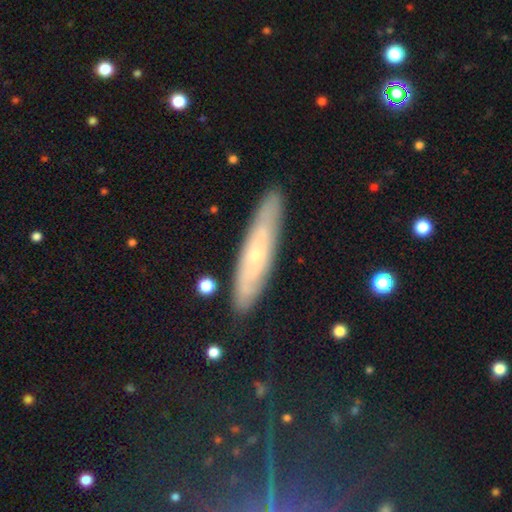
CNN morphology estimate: Smooth or featured? Predicted: featured or disk (p=0.56). Edge-on disk? Predicted: yes (p=0.53). Merging? Predicted: none (p=0.85).